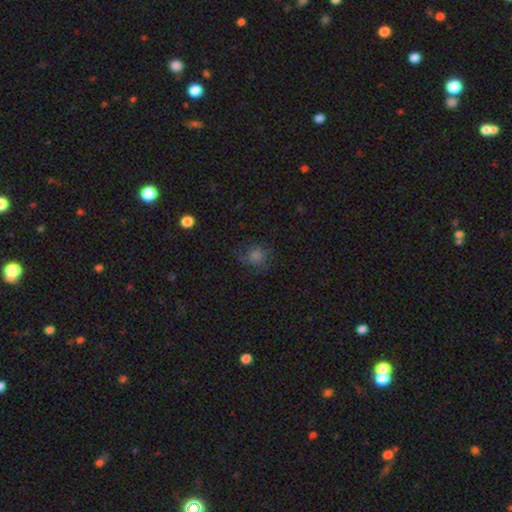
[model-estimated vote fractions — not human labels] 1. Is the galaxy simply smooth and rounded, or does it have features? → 65% smooth, 20% star or artifact, 14% featured or disk.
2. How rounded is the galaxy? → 78% round, 21% in between, 1% cigar-shaped.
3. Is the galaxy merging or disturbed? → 64% none, 21% minor disturbance, 13% major disturbance, 2% merger.